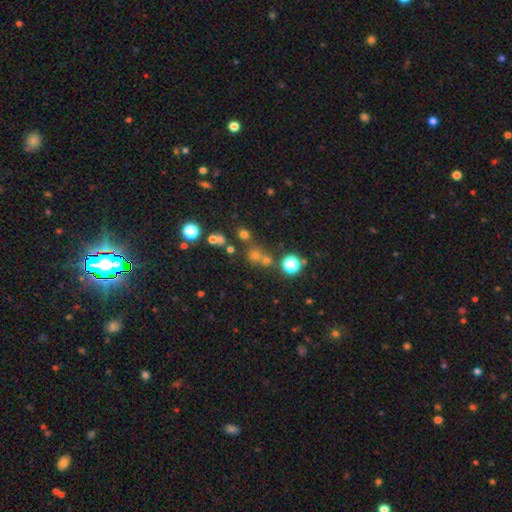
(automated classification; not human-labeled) This is possibly a smooth galaxy (46%). Merging: likely none (62%).